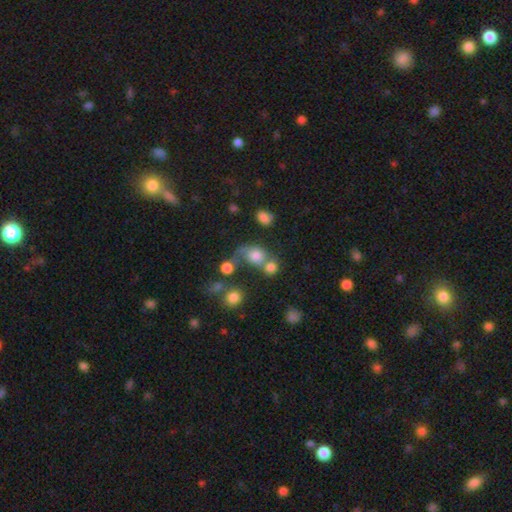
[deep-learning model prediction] The model was most divided on "merging": merger: 42%, none: 29%, major disturbance: 16%, minor disturbance: 14%. More confident: smooth or featured — smooth (69%); how rounded — round (63%).